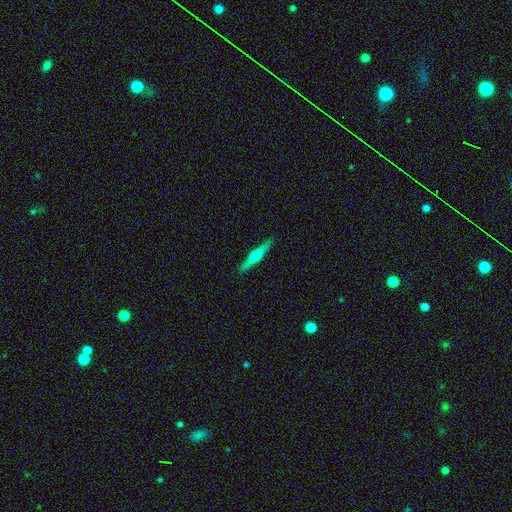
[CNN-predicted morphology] Q: Smooth or featured?
A: featured or disk (67%); runner-up: smooth (27%)
Q: Edge-on disk?
A: yes (98%); runner-up: no (2%)
Q: Edge-on bulge?
A: rounded (93%); runner-up: boxy (3%)
Q: Merging?
A: none (91%); runner-up: minor disturbance (6%)